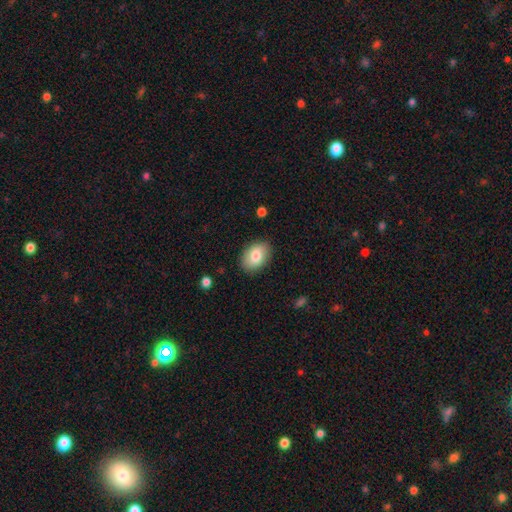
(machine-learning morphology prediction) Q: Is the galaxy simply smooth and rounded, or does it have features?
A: smooth — 80%.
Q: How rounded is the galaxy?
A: in between — 84%.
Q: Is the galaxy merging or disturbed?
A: none — 87%.